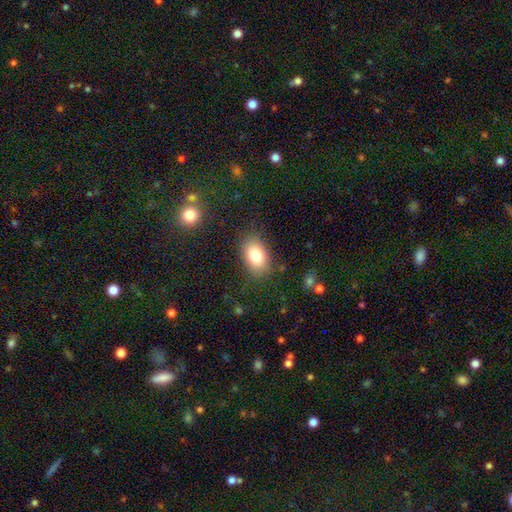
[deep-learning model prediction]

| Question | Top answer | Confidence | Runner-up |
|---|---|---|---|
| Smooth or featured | smooth | 80% | featured or disk (11%) |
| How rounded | in between | 86% | round (13%) |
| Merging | none | 82% | minor disturbance (12%) |